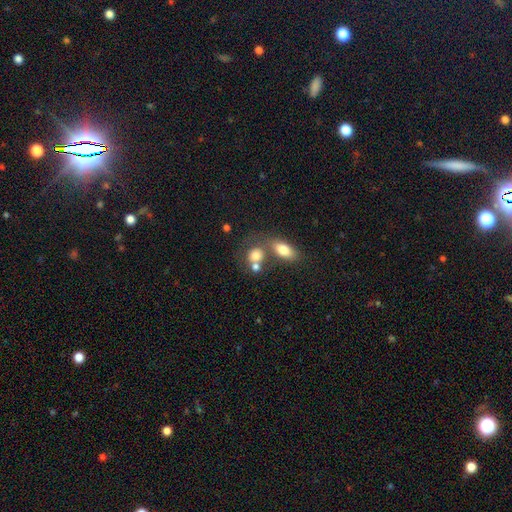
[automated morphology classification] smooth_or_featured: smooth (p=0.75) [alt: featured or disk p=0.14]
how_rounded: round (p=0.56) [alt: in between p=0.41]
merging: merger (p=0.44) [alt: none p=0.39]